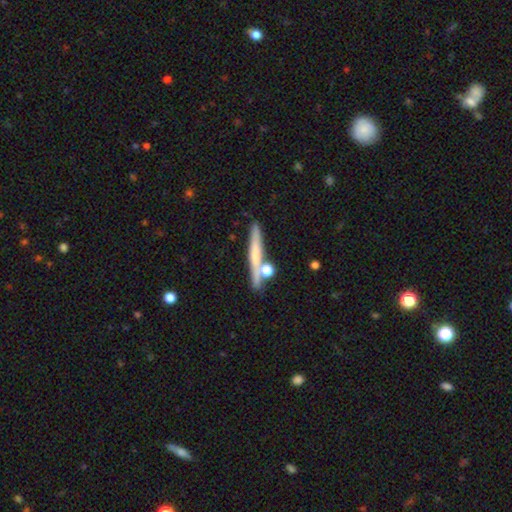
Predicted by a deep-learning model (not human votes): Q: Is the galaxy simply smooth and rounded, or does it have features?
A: smooth — 54%.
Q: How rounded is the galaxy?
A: cigar-shaped — 89%.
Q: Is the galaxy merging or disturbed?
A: none — 76%.